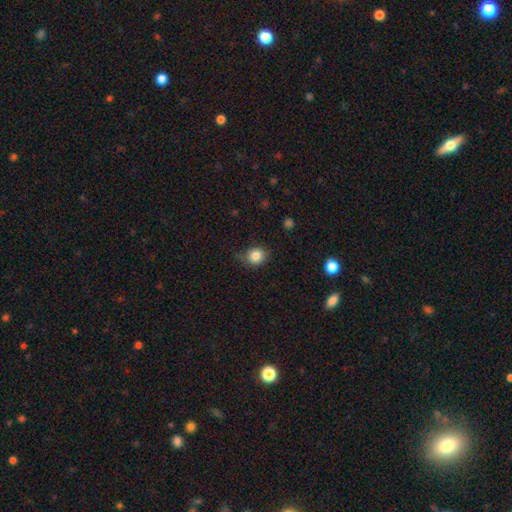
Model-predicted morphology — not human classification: Smooth or featured: smooth — 84% (star or artifact — 10%)
How rounded: round — 74% (in between — 25%)
Merging: none — 71% (minor disturbance — 23%)